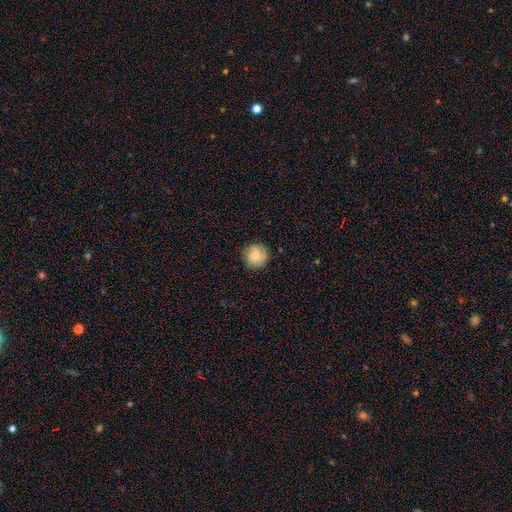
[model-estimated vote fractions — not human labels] The model was most divided on "smooth or featured": smooth: 68%, featured or disk: 24%, star or artifact: 8%. More confident: how rounded — round (92%); merging — none (83%).